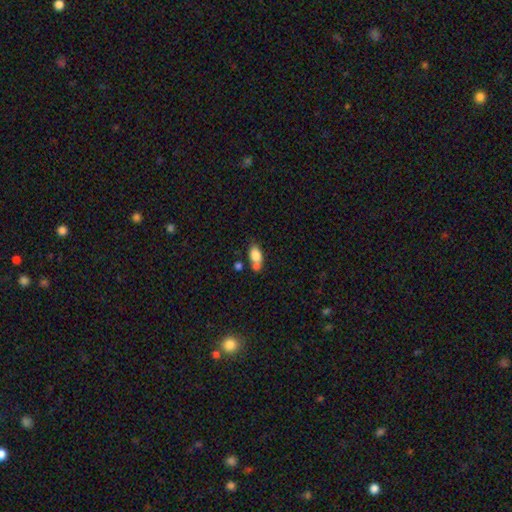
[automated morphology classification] smooth-or-featured: smooth: 79% | featured or disk: 12% | star or artifact: 9%
  how-rounded: in between: 85% | round: 11% | cigar-shaped: 4%
  merging: merger: 42% | none: 39% | minor disturbance: 14% | major disturbance: 5%